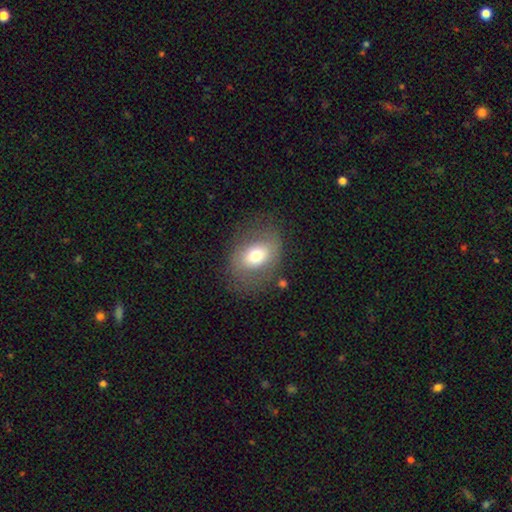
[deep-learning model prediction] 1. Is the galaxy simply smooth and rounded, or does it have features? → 63% smooth, 28% featured or disk, 9% star or artifact.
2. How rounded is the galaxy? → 69% in between, 30% round, 1% cigar-shaped.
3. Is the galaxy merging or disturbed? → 70% none, 17% minor disturbance, 11% major disturbance, 2% merger.